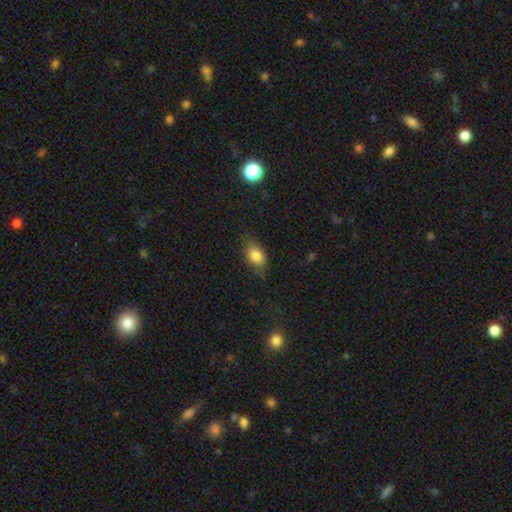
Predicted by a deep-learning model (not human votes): The model was most divided on "merging": none: 74%, minor disturbance: 19%, major disturbance: 5%, merger: 1%. More confident: how rounded — in between (86%); smooth or featured — smooth (81%).